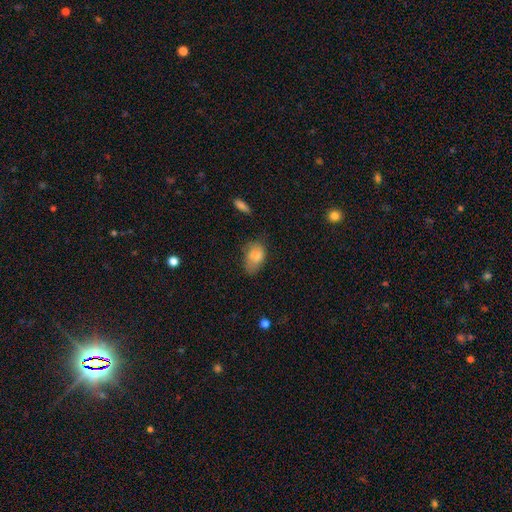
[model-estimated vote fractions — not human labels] Q: Smooth or featured?
A: smooth (81%); runner-up: featured or disk (11%)
Q: How rounded?
A: in between (88%); runner-up: round (10%)
Q: Merging?
A: none (46%); runner-up: minor disturbance (36%)